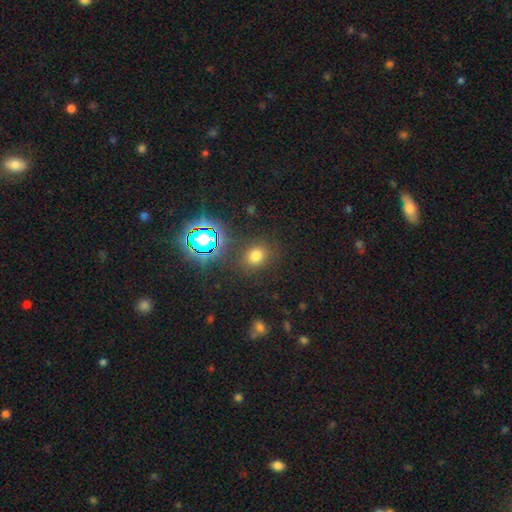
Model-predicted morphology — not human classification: This is likely a smooth galaxy (70%). How rounded: likely round (63%). Merging: clearly none (82%).